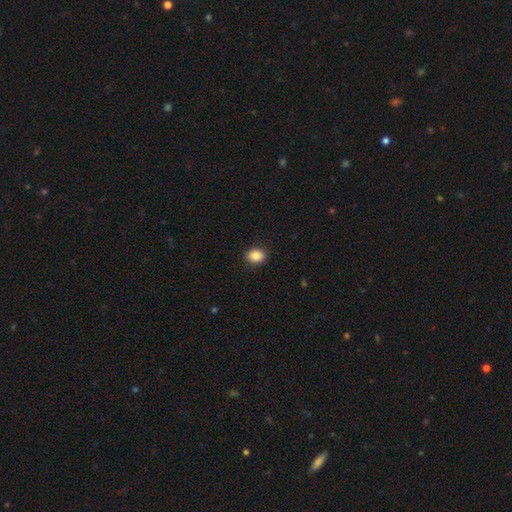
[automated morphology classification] A smooth galaxy with no disk features (87%) that is round (59%). Merging: none (90%).